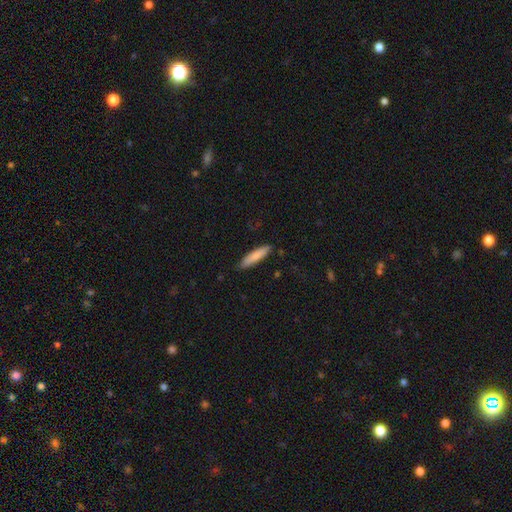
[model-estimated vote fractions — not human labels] smooth_or_featured: smooth (p=0.82) [alt: featured or disk p=0.12]
how_rounded: cigar-shaped (p=0.79) [alt: in between p=0.19]
merging: none (p=0.85) [alt: minor disturbance p=0.11]